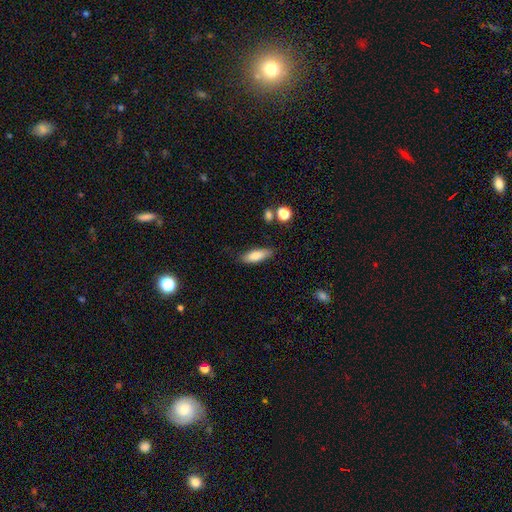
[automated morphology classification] Smooth or featured? smooth (81%)
How rounded? in between (58%)
Merging? none (79%)